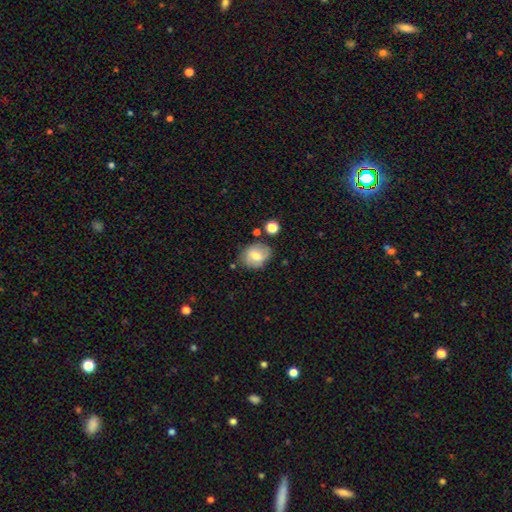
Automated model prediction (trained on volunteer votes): Smooth or featured: smooth — 62% (featured or disk — 29%)
How rounded: round — 51% (in between — 48%)
Merging: none — 72% (minor disturbance — 19%)